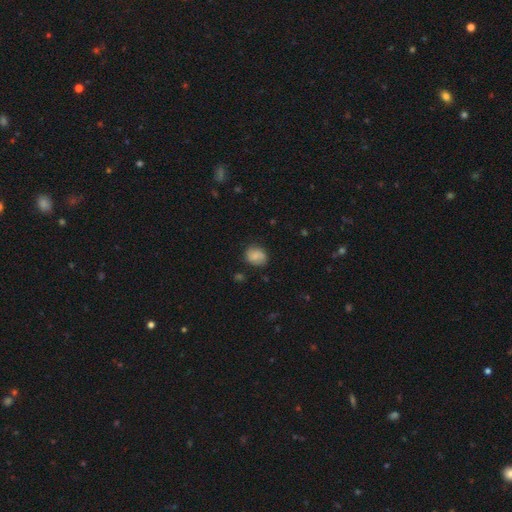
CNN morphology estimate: Overall: smooth (73%). How rounded: round (58%; in between 40%). Merging: none (74%).